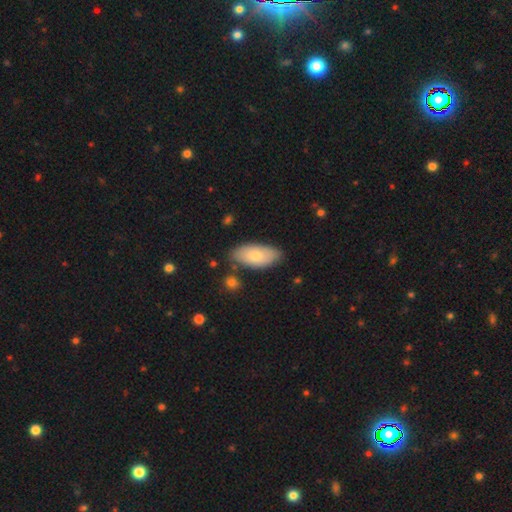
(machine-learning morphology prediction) A smooth galaxy with no disk features (74%) that is in between round and cigar-shaped (92%).

Vote fractions:
- Smooth or featured? smooth: 74% / featured or disk: 20% / star or artifact: 6%
- How rounded? in between: 92% / cigar-shaped: 5% / round: 3%
- Merging? none: 76% / minor disturbance: 16% / merger: 4% / major disturbance: 3%